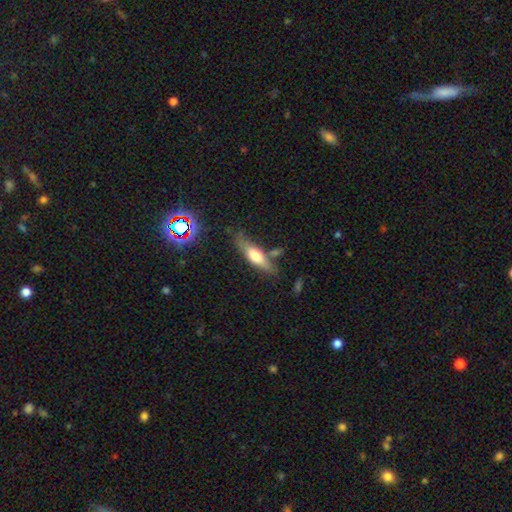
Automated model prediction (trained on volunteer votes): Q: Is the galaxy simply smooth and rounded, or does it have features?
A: smooth — 49%.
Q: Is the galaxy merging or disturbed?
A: none — 65%.